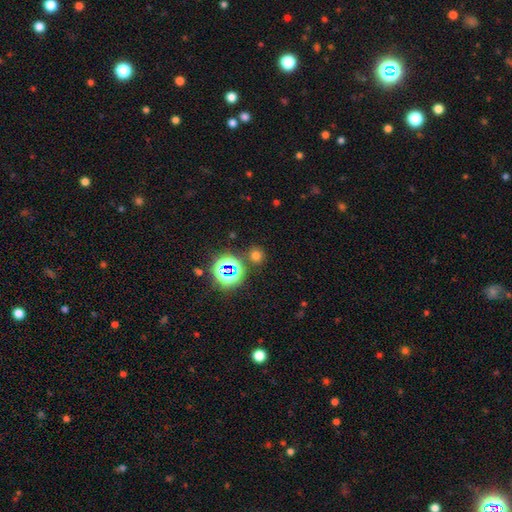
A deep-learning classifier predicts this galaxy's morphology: A smooth galaxy with no disk features (63%) that is round (87%). Merging: none (82%).